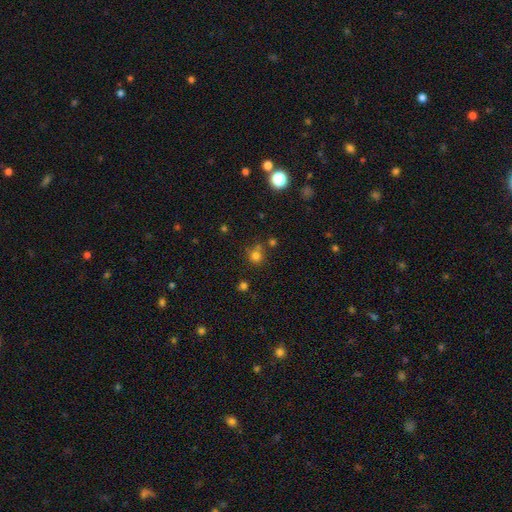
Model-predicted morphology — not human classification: Smooth or featured? Predicted: smooth (p=0.73). How rounded? Predicted: round (p=0.87). Merging? Predicted: none (p=0.64).